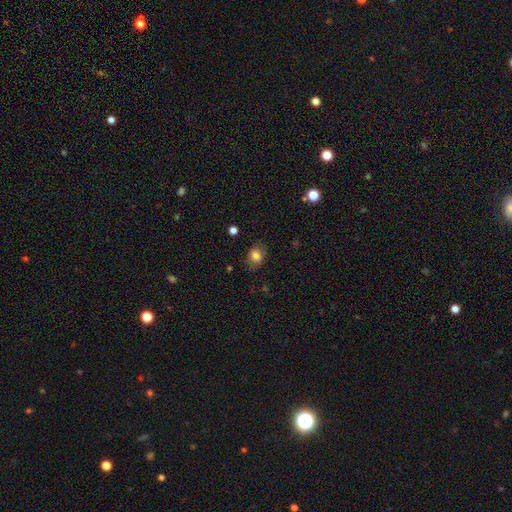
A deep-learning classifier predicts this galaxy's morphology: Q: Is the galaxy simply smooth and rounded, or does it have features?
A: smooth — 77%.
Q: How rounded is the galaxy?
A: in between — 63%.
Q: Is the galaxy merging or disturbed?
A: none — 75%.